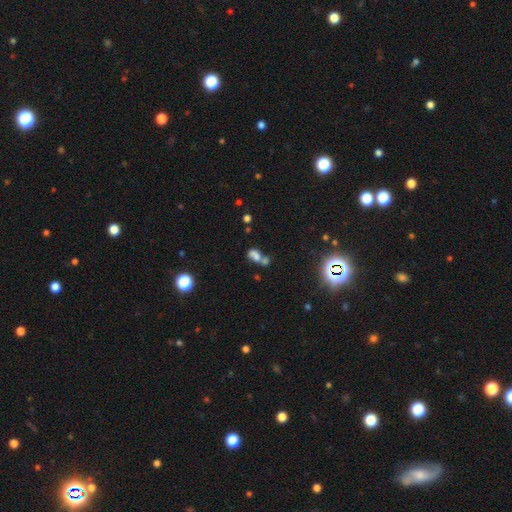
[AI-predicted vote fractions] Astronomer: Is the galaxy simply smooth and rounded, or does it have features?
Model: smooth — 56%.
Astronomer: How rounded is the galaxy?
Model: in between — 72%.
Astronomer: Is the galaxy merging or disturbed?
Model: merger — 64%.